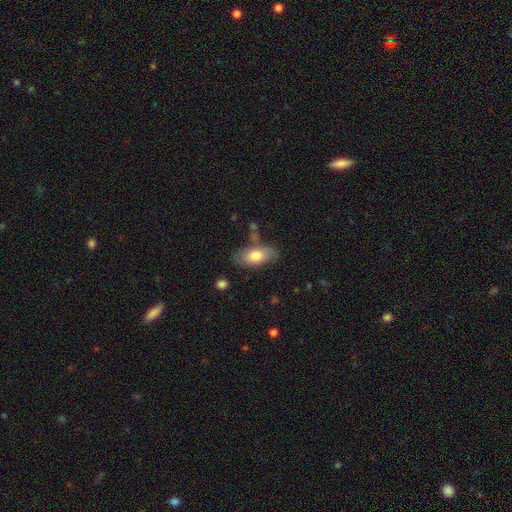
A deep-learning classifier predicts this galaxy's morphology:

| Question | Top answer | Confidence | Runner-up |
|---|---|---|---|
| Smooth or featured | smooth | 75% | featured or disk (19%) |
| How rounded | in between | 89% | cigar-shaped (7%) |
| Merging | none | 73% | minor disturbance (18%) |